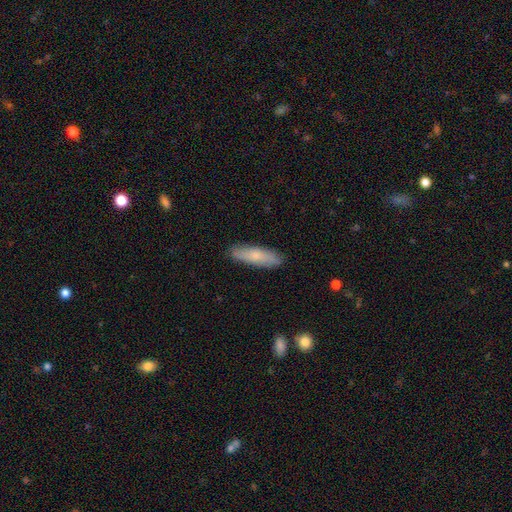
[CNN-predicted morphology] smooth_or_featured: smooth (p=0.73) [alt: featured or disk p=0.21]
how_rounded: cigar-shaped (p=0.70) [alt: in between p=0.28]
merging: none (p=0.87) [alt: minor disturbance p=0.10]